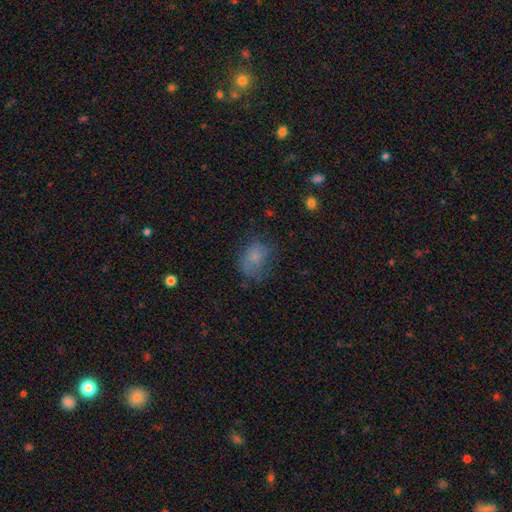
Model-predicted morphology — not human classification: This is likely a smooth galaxy (71%). How rounded: likely in between (66%). Merging: possibly none (47%).